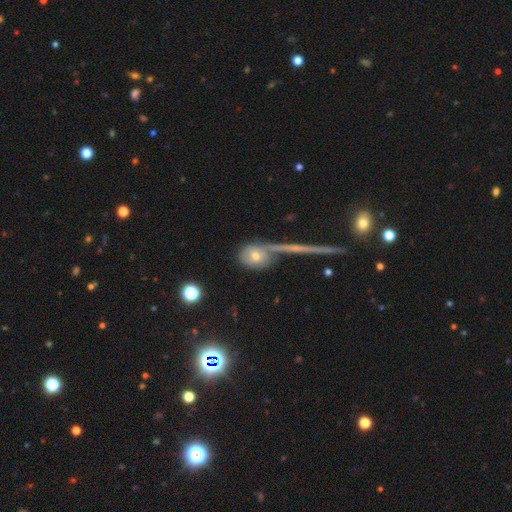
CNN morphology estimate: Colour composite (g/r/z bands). It shows a smooth galaxy with no disk features (59%) that is round (59%). Merging: none (54%).